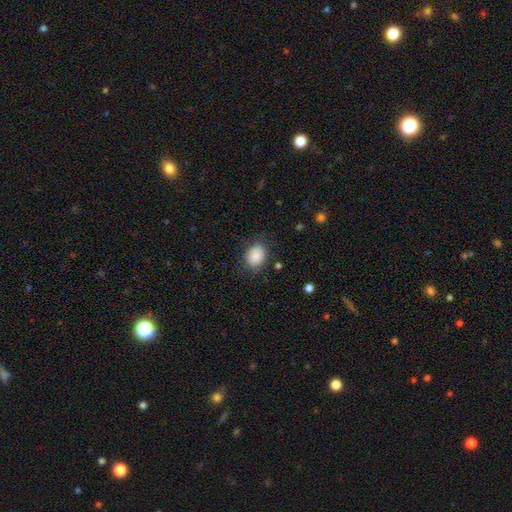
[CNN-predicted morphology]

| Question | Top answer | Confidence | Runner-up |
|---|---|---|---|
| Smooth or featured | smooth | 88% | star or artifact (8%) |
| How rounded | in between | 62% | round (38%) |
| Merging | none | 83% | minor disturbance (12%) |